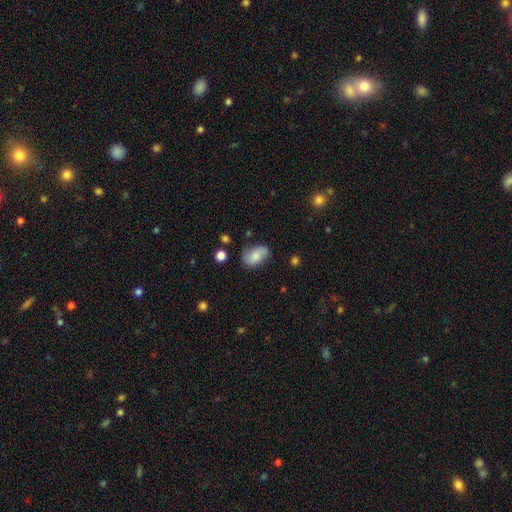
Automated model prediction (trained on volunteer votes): This appears to be a smooth galaxy with no disk features (74%) that is in between round and cigar-shaped (88%). Merging: none (61%).